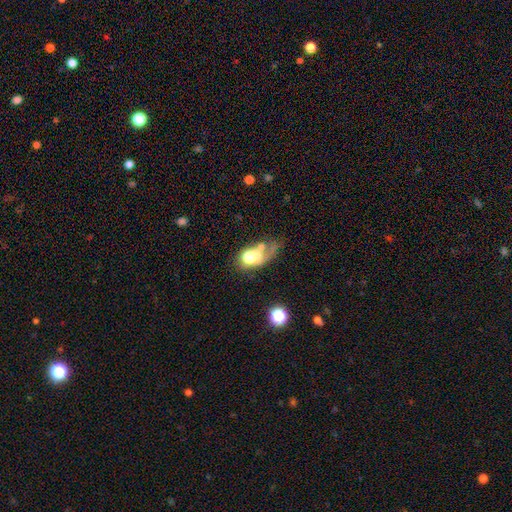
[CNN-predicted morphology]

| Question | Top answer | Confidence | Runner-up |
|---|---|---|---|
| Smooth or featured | smooth | 50% | featured or disk (34%) |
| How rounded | in between | 58% | round (39%) |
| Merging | merger | 42% | none (23%) |